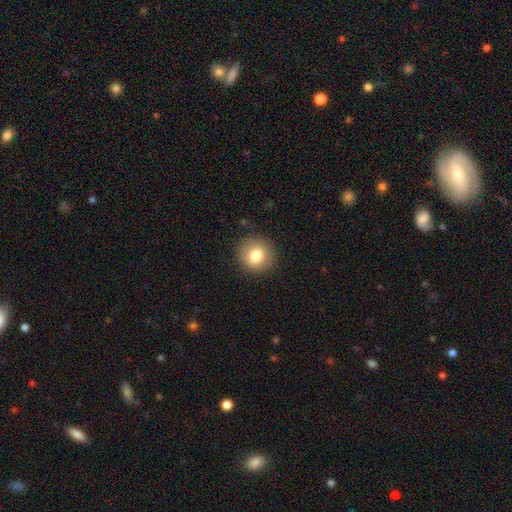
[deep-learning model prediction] Overall: smooth (81%). How rounded: round (91%). Merging: none (89%).